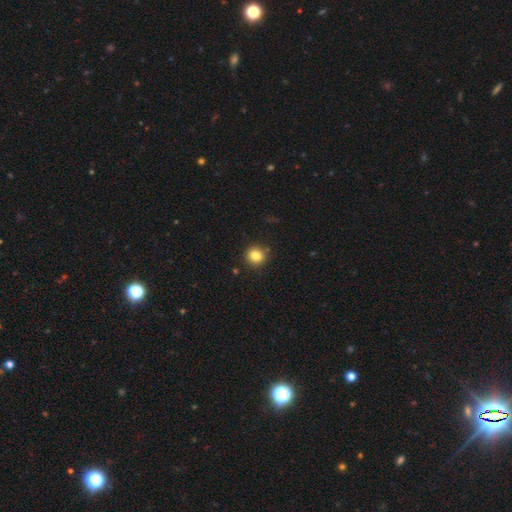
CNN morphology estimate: type=smooth (83%); roundness=round (87%); merging=none (89%).